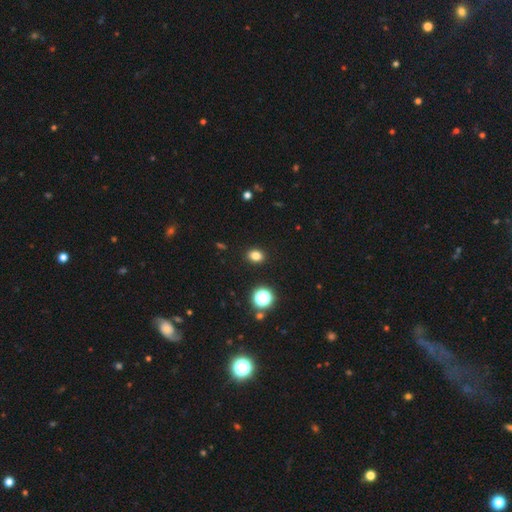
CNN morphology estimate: Smooth or featured?
  - smooth: 80% *
  - star or artifact: 15%
  - featured or disk: 5%
How rounded?
  - in between: 52% *
  - round: 47%
  - cigar-shaped: 1%
Merging?
  - none: 90% *
  - minor disturbance: 6%
  - major disturbance: 2%
  - merger: 1%